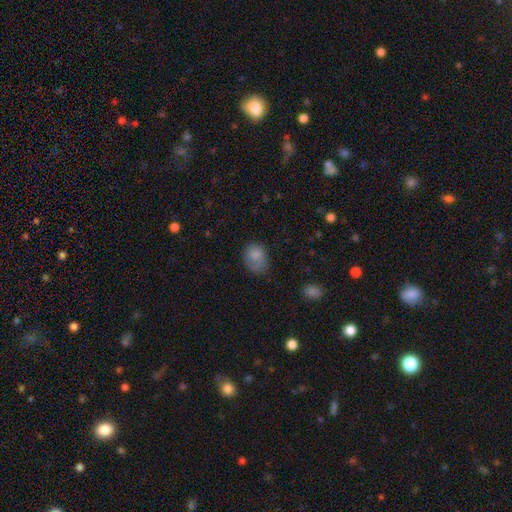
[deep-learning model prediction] Q: Smooth or featured?
A: smooth (81%); runner-up: featured or disk (10%)
Q: How rounded?
A: in between (59%); runner-up: round (40%)
Q: Merging?
A: none (51%); runner-up: minor disturbance (32%)